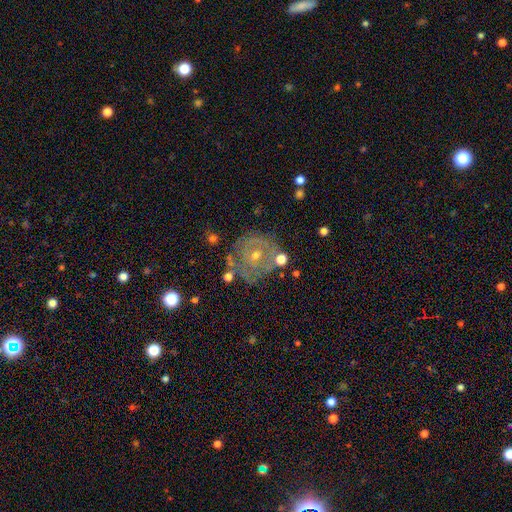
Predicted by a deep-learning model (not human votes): Smooth or featured: featured or disk — 72% (smooth — 19%)
Edge-on disk: no — 97% (yes — 3%)
Bar: no — 73% (weak — 21%)
Spiral arms: yes — 68% (no — 32%)
Bulge size: small — 56% (moderate — 39%)
Merging: none — 66% (minor disturbance — 19%)